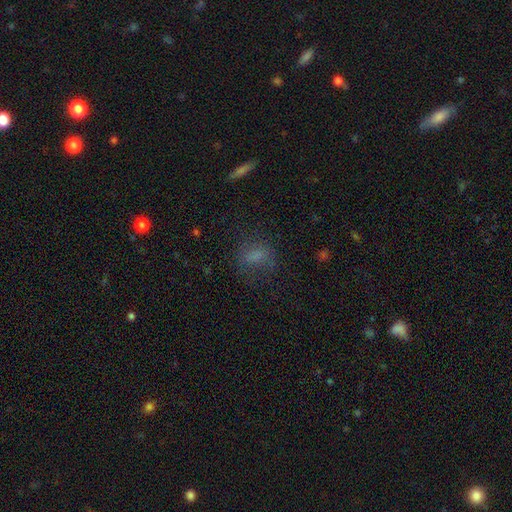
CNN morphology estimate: type=smooth (66%); roundness=in between (64%); merging=none (64%).